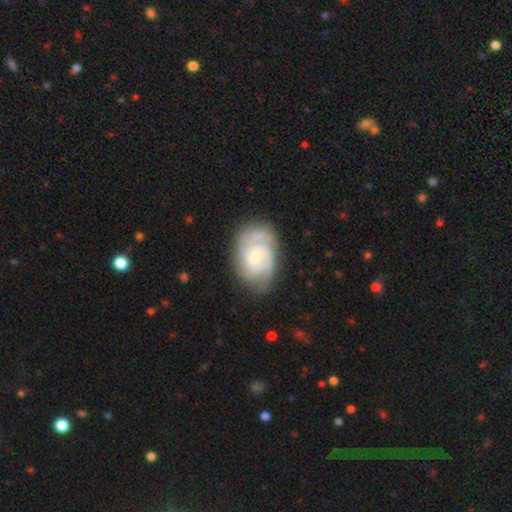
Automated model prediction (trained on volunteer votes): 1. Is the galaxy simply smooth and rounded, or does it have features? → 76% featured or disk, 19% smooth, 6% star or artifact.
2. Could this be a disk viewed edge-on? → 97% no, 3% yes.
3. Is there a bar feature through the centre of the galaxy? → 64% no, 31% weak, 5% strong.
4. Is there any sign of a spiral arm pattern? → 94% yes, 6% no.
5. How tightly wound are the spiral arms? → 54% tight, 36% medium, 10% loose.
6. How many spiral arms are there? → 31% 2, 27% 3, 27% can't tell, 6% 1, 5% 4, 4% more than 4.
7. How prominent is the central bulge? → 57% small, 32% moderate, 6% none, 4% large, 1% dominant.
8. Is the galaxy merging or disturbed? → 70% none, 20% minor disturbance, 8% major disturbance, 2% merger.